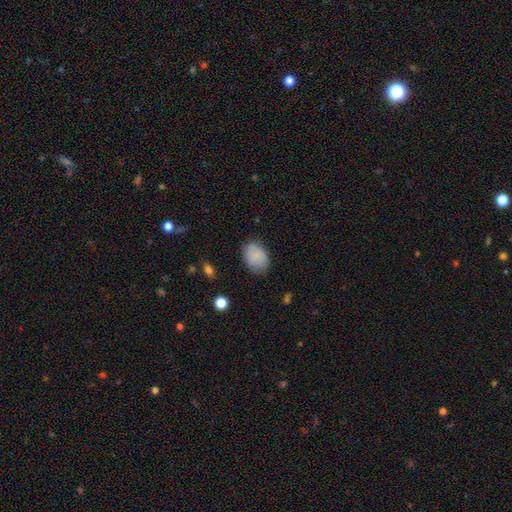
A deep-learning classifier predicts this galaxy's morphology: smooth_or_featured: smooth (p=0.82) [alt: featured or disk p=0.11]
how_rounded: in between (p=0.79) [alt: round p=0.20]
merging: none (p=0.73) [alt: minor disturbance p=0.21]